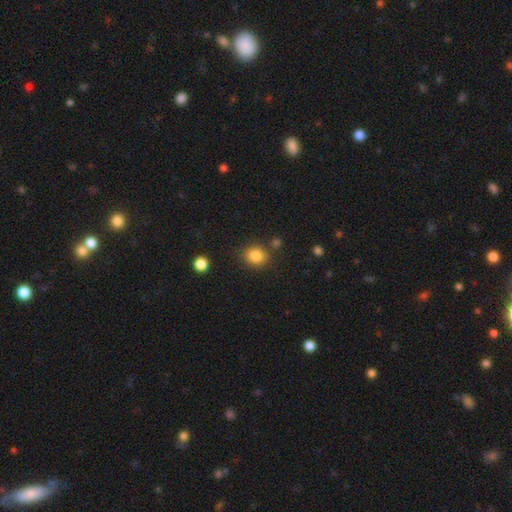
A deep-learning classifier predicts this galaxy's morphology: This appears to be a smooth galaxy with no disk features (85%) that is round (65%). Merging: none (81%).